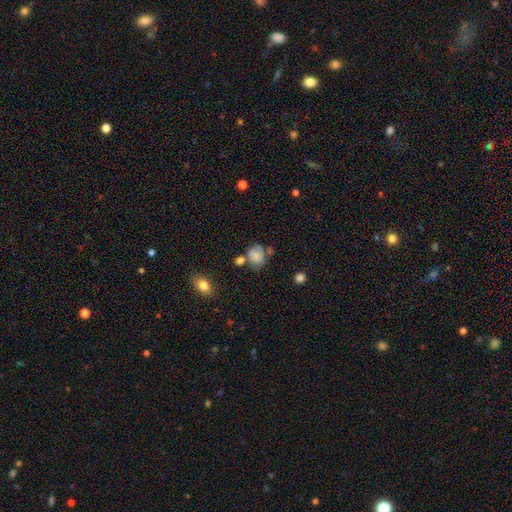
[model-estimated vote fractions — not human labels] smooth-or-featured: smooth: 67% | featured or disk: 23% | star or artifact: 10%
  how-rounded: round: 54% | in between: 45% | cigar-shaped: 1%
  merging: none: 45% | minor disturbance: 24% | merger: 19% | major disturbance: 12%